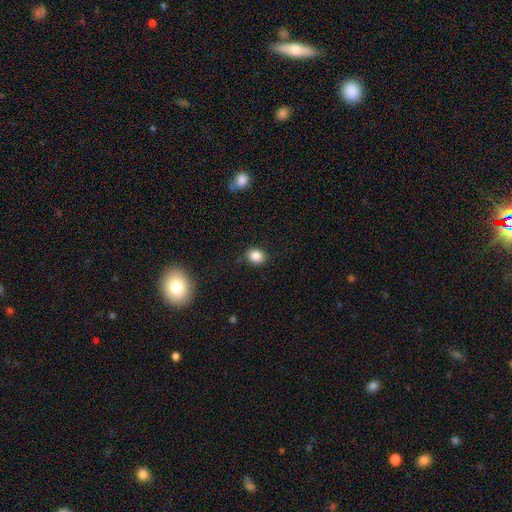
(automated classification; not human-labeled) A smooth galaxy with no disk features (86%) that is round (57%).

Vote fractions:
- Smooth or featured? smooth: 86% / star or artifact: 10% / featured or disk: 4%
- How rounded? round: 57% / in between: 42% / cigar-shaped: 1%
- Merging? none: 85% / minor disturbance: 11% / major disturbance: 3% / merger: 1%